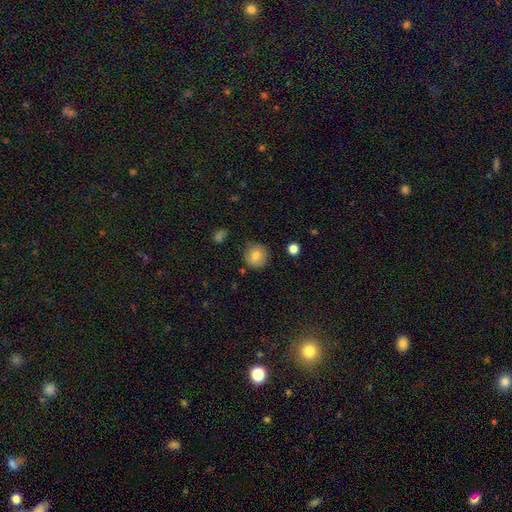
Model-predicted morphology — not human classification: smooth_or_featured: smooth (p=0.81) [alt: featured or disk p=0.10]
how_rounded: round (p=0.91) [alt: in between p=0.08]
merging: none (p=0.83) [alt: minor disturbance p=0.13]